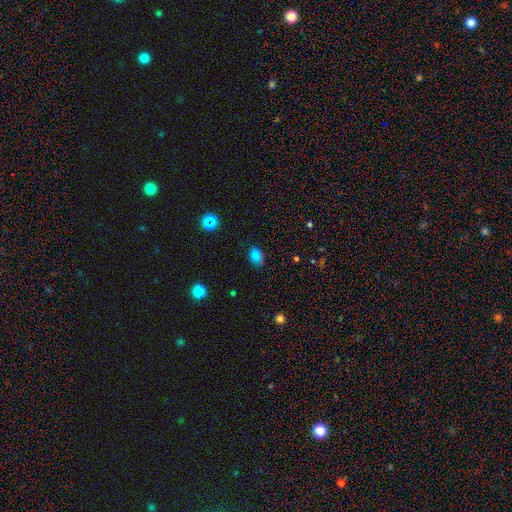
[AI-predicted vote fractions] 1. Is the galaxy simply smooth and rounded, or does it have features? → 73% smooth, 16% star or artifact, 11% featured or disk.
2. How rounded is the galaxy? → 61% in between, 38% round, 1% cigar-shaped.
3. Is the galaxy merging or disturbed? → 69% none, 23% minor disturbance, 6% major disturbance, 2% merger.